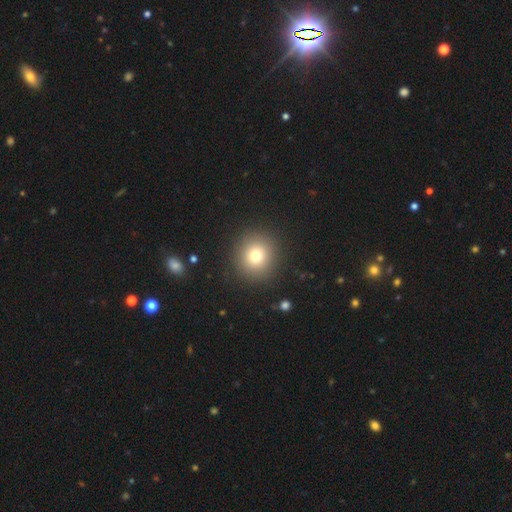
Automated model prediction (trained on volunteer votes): Morphology: type=smooth (76%); roundness=round (93%); merging=none (90%).